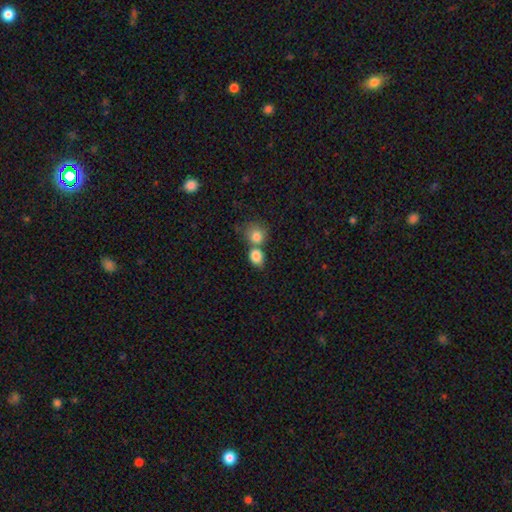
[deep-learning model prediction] This appears to be a smooth galaxy with no disk features (84%) that is in between round and cigar-shaped (53%). Merging: merger (52%).